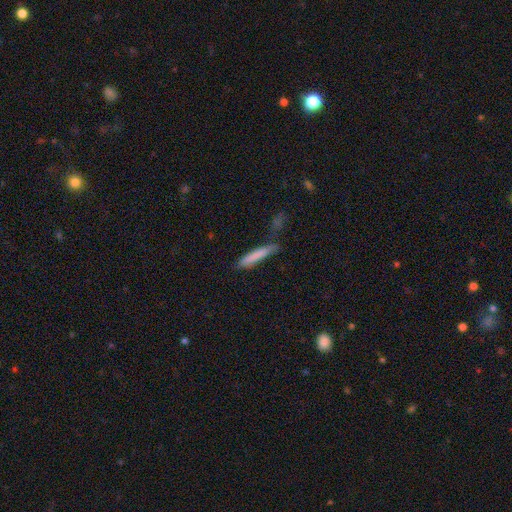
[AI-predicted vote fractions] Q: Smooth or featured?
A: smooth (79%); runner-up: featured or disk (15%)
Q: How rounded?
A: cigar-shaped (92%); runner-up: in between (7%)
Q: Merging?
A: none (64%); runner-up: minor disturbance (20%)